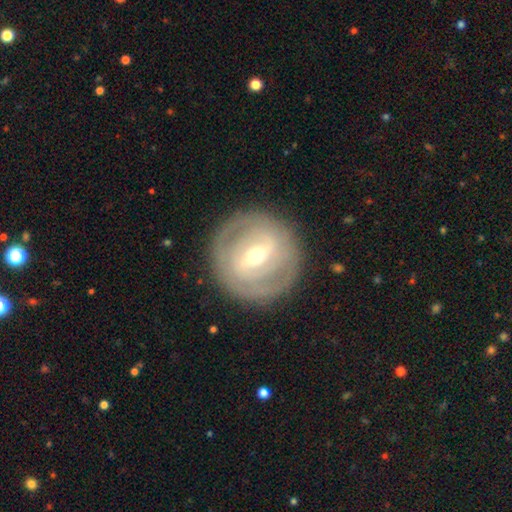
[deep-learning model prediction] Smooth or featured?
  - featured or disk: 76% *
  - smooth: 19%
  - star or artifact: 5%
Edge-on disk?
  - no: 95% *
  - yes: 5%
Bar?
  - strong: 44% *
  - weak: 41%
  - no: 14%
Spiral arms?
  - yes: 66% *
  - no: 34%
Bulge size?
  - moderate: 59% *
  - small: 34%
  - large: 5%
  - dominant: 1%
  - none: 1%
Merging?
  - none: 85% *
  - minor disturbance: 10%
  - major disturbance: 4%
  - merger: 1%